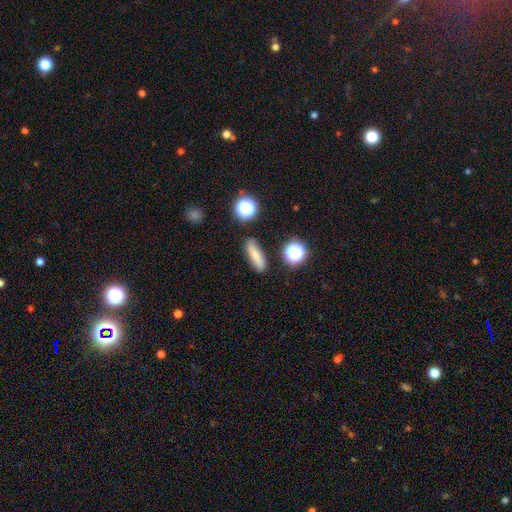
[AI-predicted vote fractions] Smooth or featured? Predicted: smooth (p=0.72). How rounded? Predicted: cigar-shaped (p=0.50). Merging? Predicted: none (p=0.82).